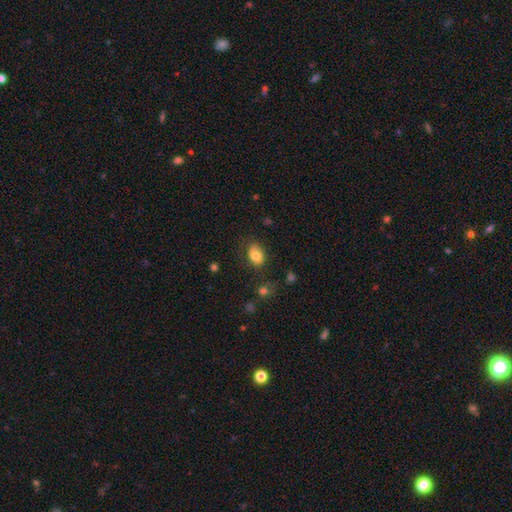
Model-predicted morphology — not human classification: smooth 79%, featured or disk 12%, star or artifact 9%. Down the decision tree: how rounded — in between (78%); merging — none (73%).